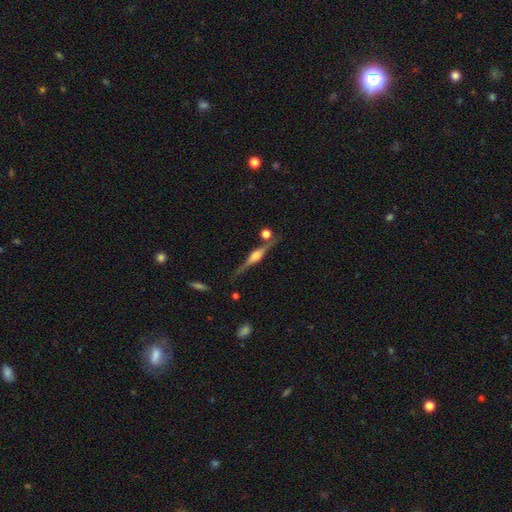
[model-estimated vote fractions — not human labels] Morphology: type=featured or disk (84%); edge-on=yes (98%); edge-on bulge=rounded (83%); merging=none (81%).